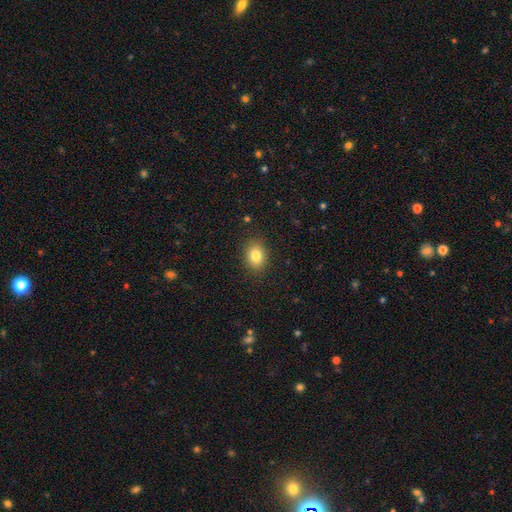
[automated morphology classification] The model was most divided on "how rounded": in between: 61%, round: 38%, cigar-shaped: 1%. More confident: merging — none (88%); smooth or featured — smooth (83%).